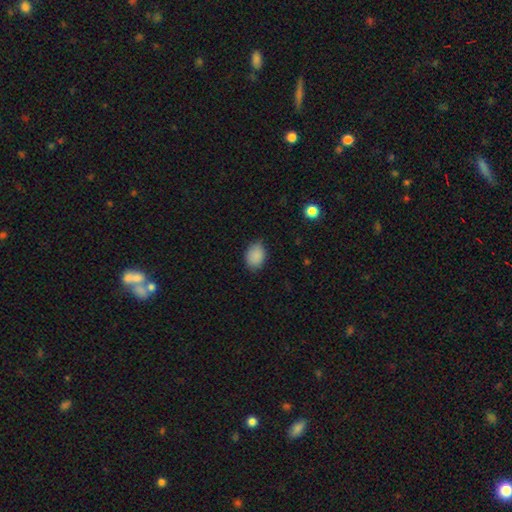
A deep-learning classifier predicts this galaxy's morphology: A smooth galaxy with no disk features (88%) that is in between round and cigar-shaped (75%). Merging: none (77%).